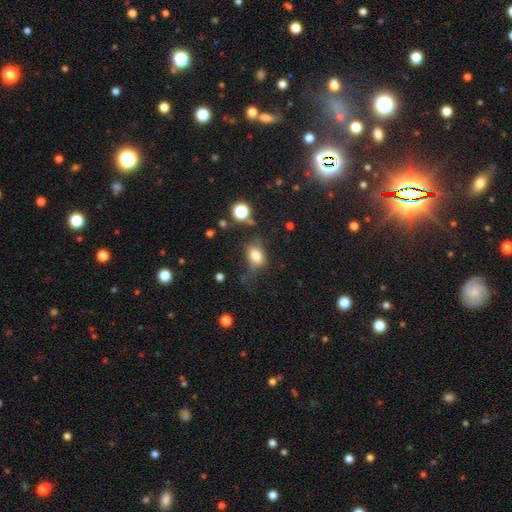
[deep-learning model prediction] smooth_or_featured: smooth (p=0.76) [alt: star or artifact p=0.12]
how_rounded: in between (p=0.75) [alt: round p=0.23]
merging: none (p=0.53) [alt: minor disturbance p=0.28]